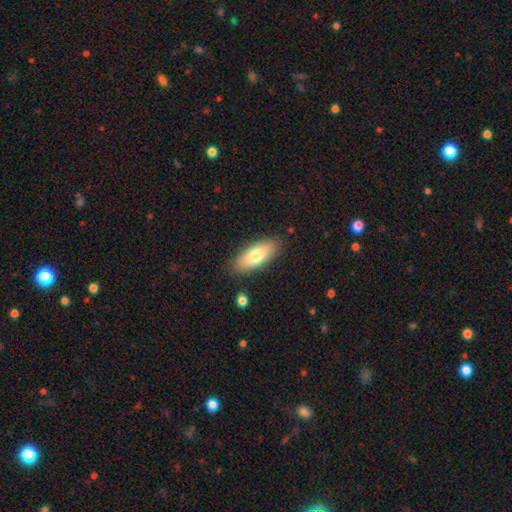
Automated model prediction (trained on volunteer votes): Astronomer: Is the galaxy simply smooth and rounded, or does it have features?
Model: smooth — 76%.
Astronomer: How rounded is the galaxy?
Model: in between — 77%.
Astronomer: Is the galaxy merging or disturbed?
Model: none — 85%.